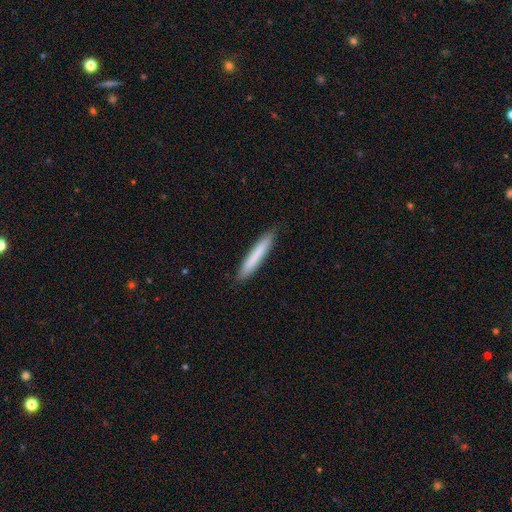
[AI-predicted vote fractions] smooth-or-featured: smooth: 76% | featured or disk: 18% | star or artifact: 5%
  how-rounded: cigar-shaped: 95% | in between: 4% | round: 1%
  merging: none: 90% | minor disturbance: 8% | major disturbance: 1% | merger: 1%